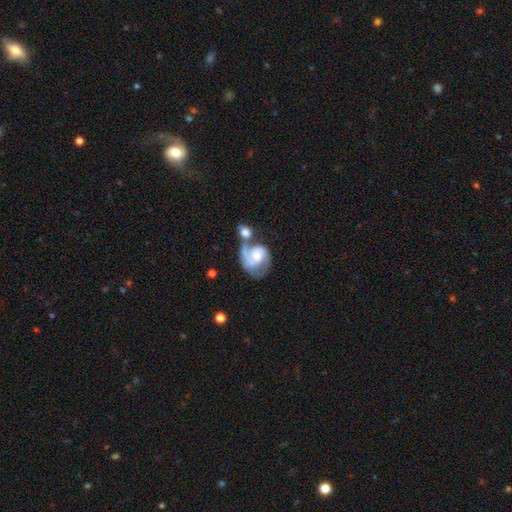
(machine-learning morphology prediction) smooth_or_featured: featured or disk (p=0.76) [alt: smooth p=0.19]
disk_edge_on: no (p=0.98) [alt: yes p=0.02]
bar: no (p=0.66) [alt: weak p=0.29]
has_spiral_arms: yes (p=0.91) [alt: no p=0.09]
spiral_winding: medium (p=0.45) [alt: tight p=0.35]
spiral_arm_count: 2 (p=0.64) [alt: 1 p=0.19]
bulge_size: moderate (p=0.53) [alt: small p=0.30]
merging: merger (p=0.41) [alt: none p=0.26]